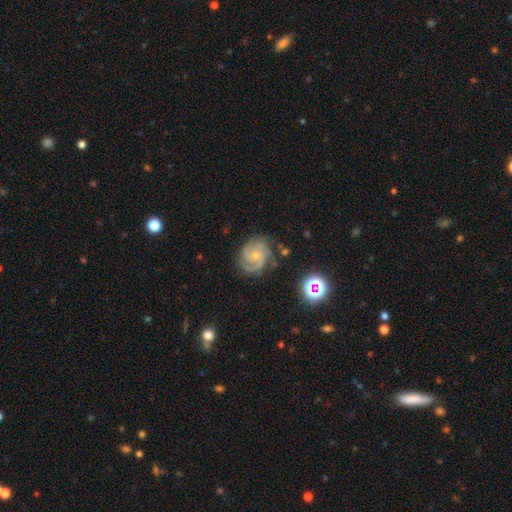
This appears to be a featured or disk galaxy (89%) with no bar (70%), 3 (65%) medium (48%) spiral arms (94%) and a small central bulge (48%). Merging: none (82%).